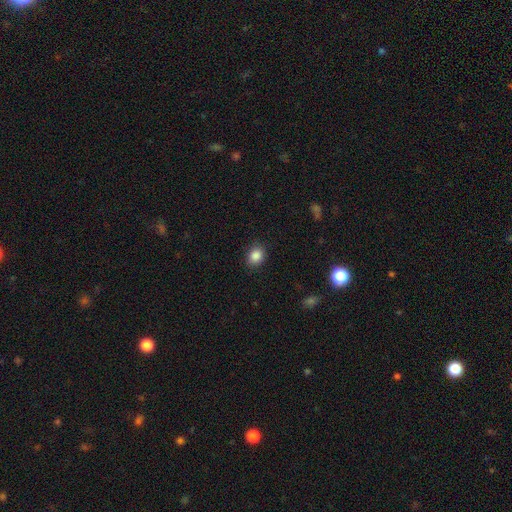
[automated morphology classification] This appears to be a smooth galaxy with no disk features (87%) that is round (55%). Merging: none (86%).